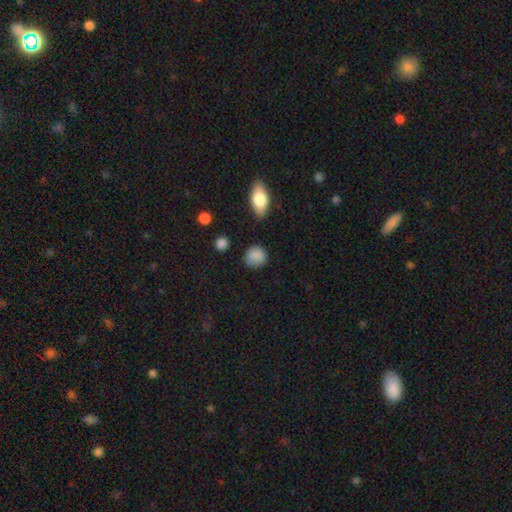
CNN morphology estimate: type=smooth (87%); roundness=round (78%); merging=none (76%).